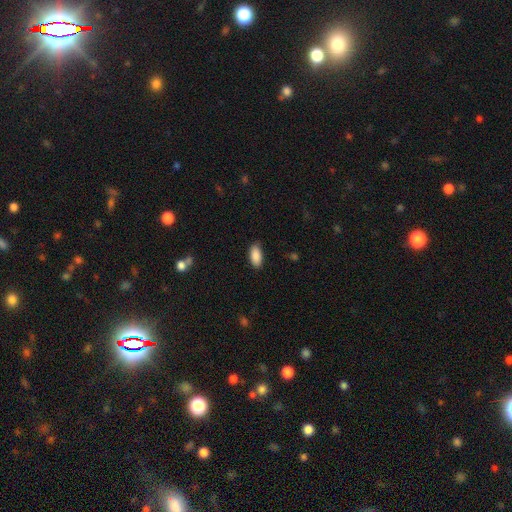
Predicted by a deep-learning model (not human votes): Q: Smooth or featured?
A: smooth (89%); runner-up: star or artifact (6%)
Q: How rounded?
A: in between (92%); runner-up: cigar-shaped (6%)
Q: Merging?
A: none (85%); runner-up: minor disturbance (11%)